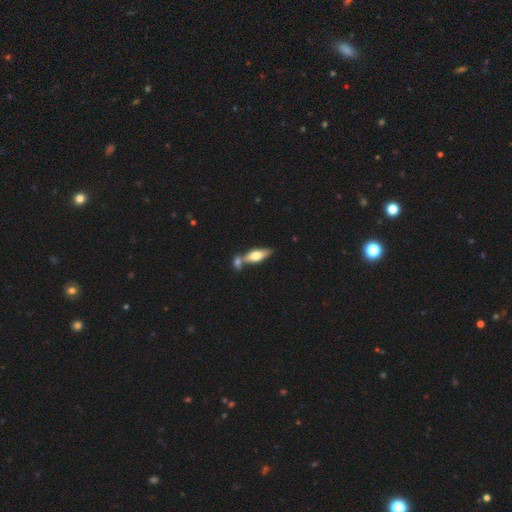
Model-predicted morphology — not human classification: The model was most divided on "merging": none: 44%, merger: 42%, minor disturbance: 10%, major disturbance: 4%. More confident: how rounded — in between (61%); smooth or featured — smooth (55%).